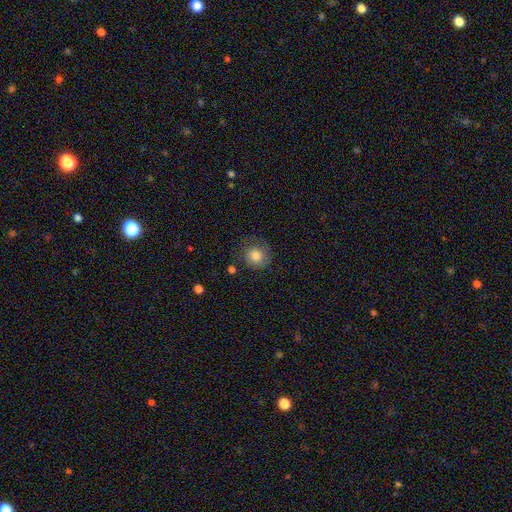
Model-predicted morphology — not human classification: type=smooth (82%); roundness=round (89%); merging=none (71%).